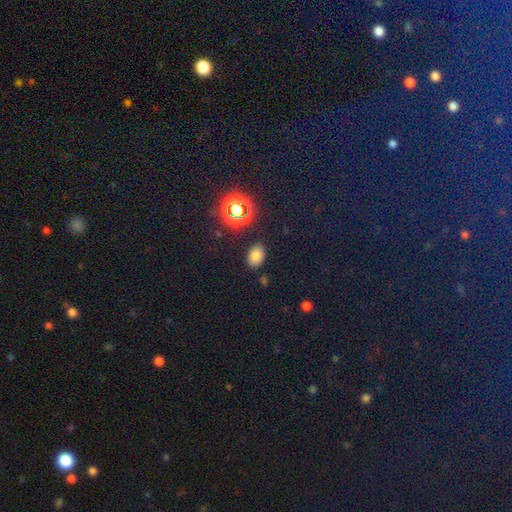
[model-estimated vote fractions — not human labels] smooth 77%, star or artifact 17%, featured or disk 6%. Down the decision tree: how rounded — in between (81%); merging — none (85%).